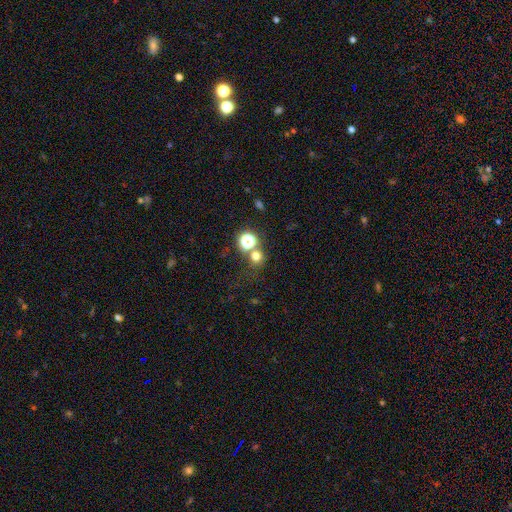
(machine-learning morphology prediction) Q: Smooth or featured?
A: smooth (65%); runner-up: star or artifact (28%)
Q: How rounded?
A: round (88%); runner-up: in between (11%)
Q: Merging?
A: none (65%); runner-up: merger (21%)